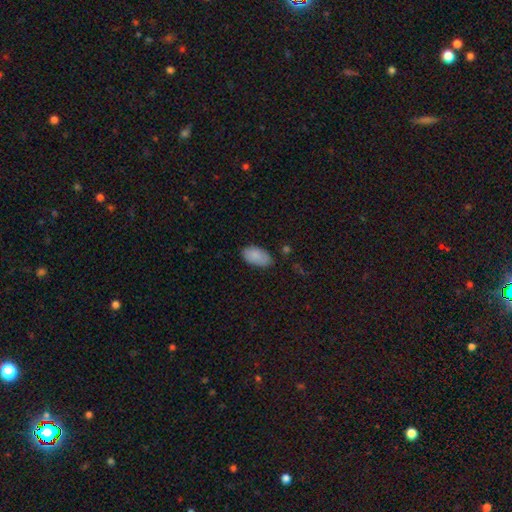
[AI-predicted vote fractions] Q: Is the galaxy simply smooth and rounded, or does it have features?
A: smooth — 87%.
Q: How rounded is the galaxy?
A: in between — 94%.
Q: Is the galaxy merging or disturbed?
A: none — 73%.